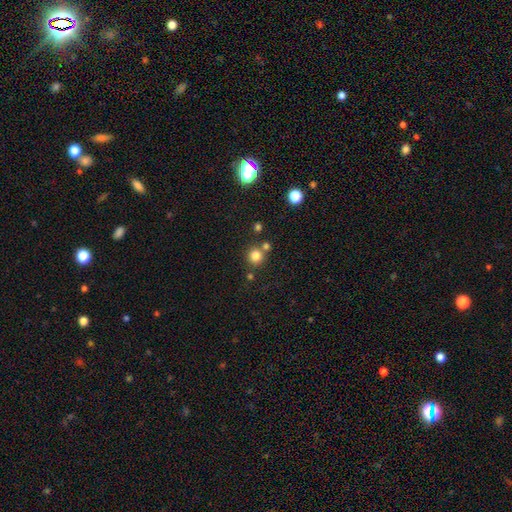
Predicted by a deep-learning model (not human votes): Smooth or featured? smooth (81%)
How rounded? round (92%)
Merging? none (72%)